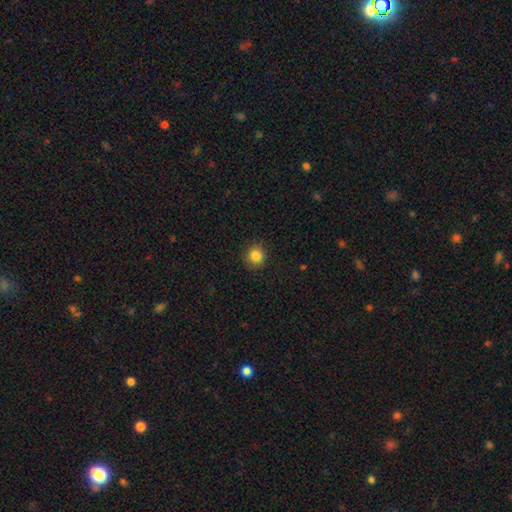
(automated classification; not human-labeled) Morphology: type=smooth (84%); roundness=round (91%); merging=none (88%).